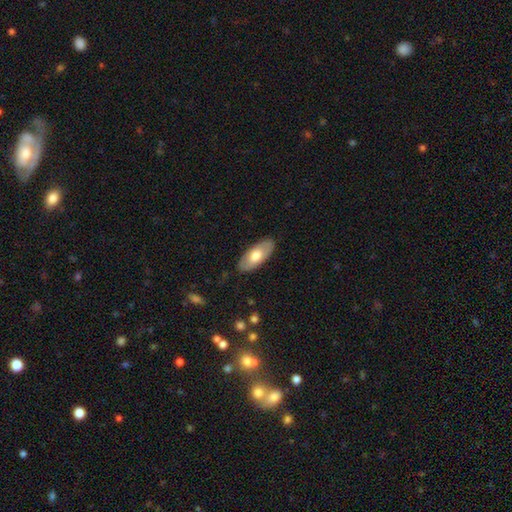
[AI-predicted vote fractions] Smooth or featured? Predicted: smooth (p=0.64). How rounded? Predicted: in between (p=0.88). Merging? Predicted: none (p=0.86).